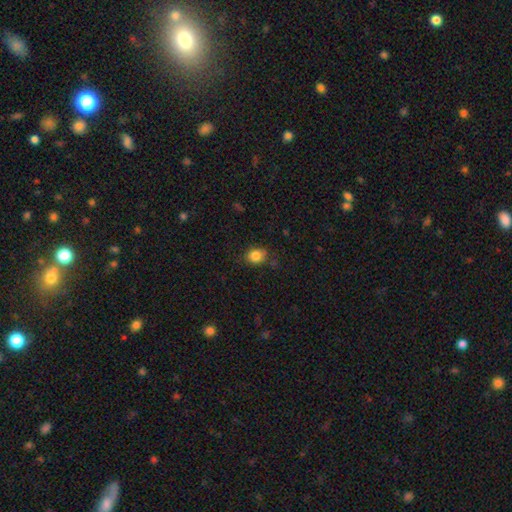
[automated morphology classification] Smooth or featured? Predicted: smooth (p=0.83). How rounded? Predicted: round (p=0.57). Merging? Predicted: none (p=0.75).